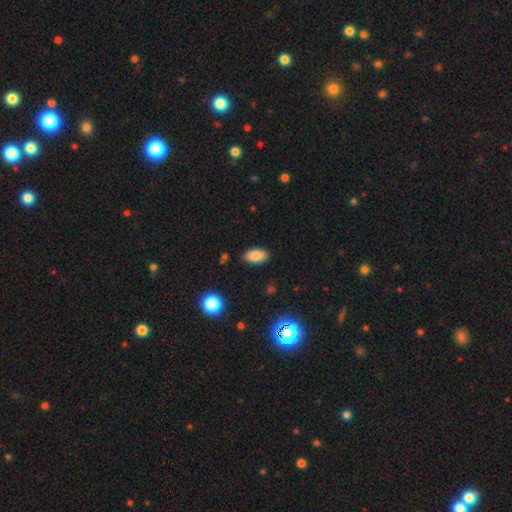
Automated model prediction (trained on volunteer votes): This is clearly a smooth galaxy (86%). How rounded: clearly in between (93%). Merging: clearly none (87%).